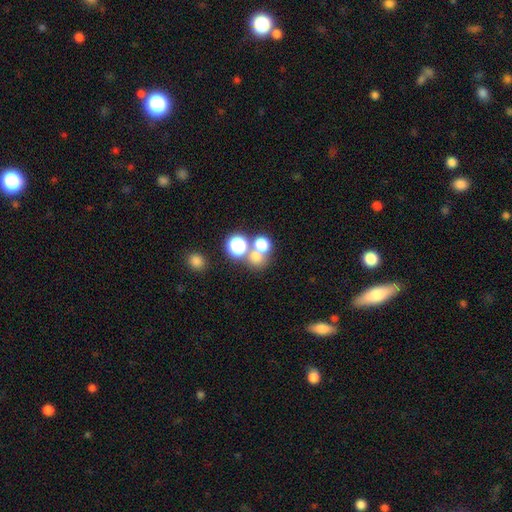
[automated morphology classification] type=smooth (69%); roundness=round (80%); merging=merger (46%).